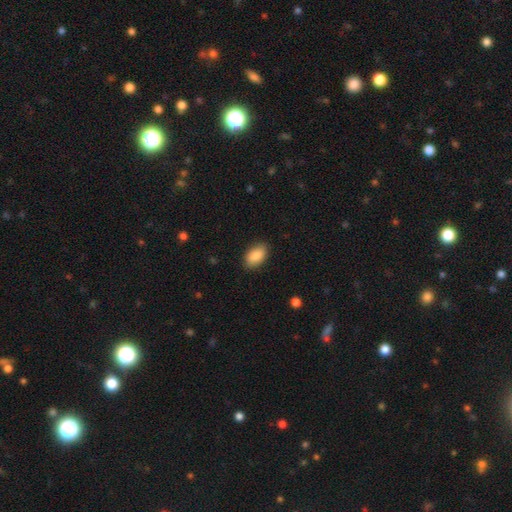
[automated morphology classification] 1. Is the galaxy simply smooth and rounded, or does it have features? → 89% smooth, 6% star or artifact, 5% featured or disk.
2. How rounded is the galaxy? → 93% in between, 5% round, 2% cigar-shaped.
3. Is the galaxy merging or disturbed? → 86% none, 10% minor disturbance, 2% major disturbance, 1% merger.